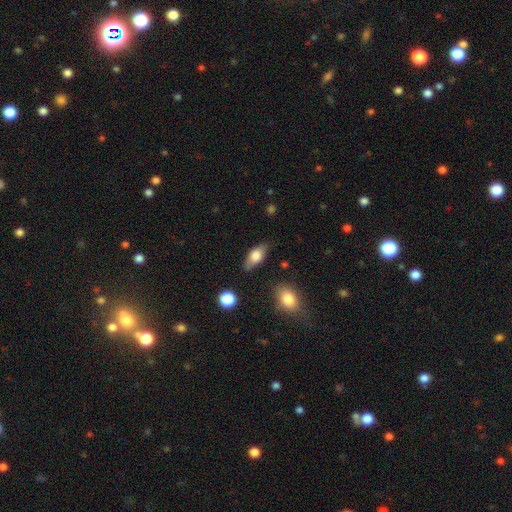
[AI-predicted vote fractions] Overall: smooth (72%). How rounded: in between (85%). Merging: none (75%).